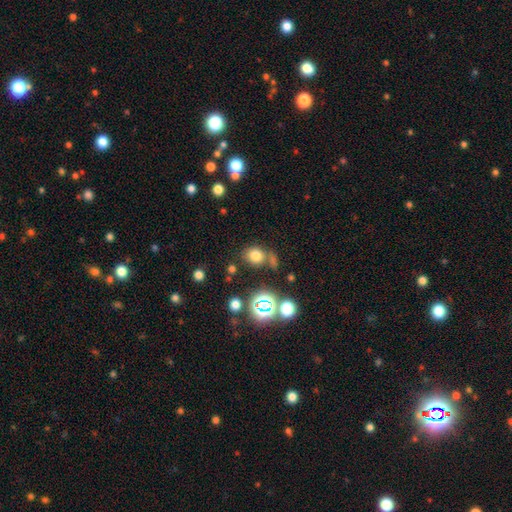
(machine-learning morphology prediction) Smooth or featured?
  - smooth: 72% *
  - star or artifact: 19%
  - featured or disk: 8%
How rounded?
  - round: 66% *
  - in between: 32%
  - cigar-shaped: 1%
Merging?
  - none: 65% *
  - merger: 16%
  - minor disturbance: 13%
  - major disturbance: 6%